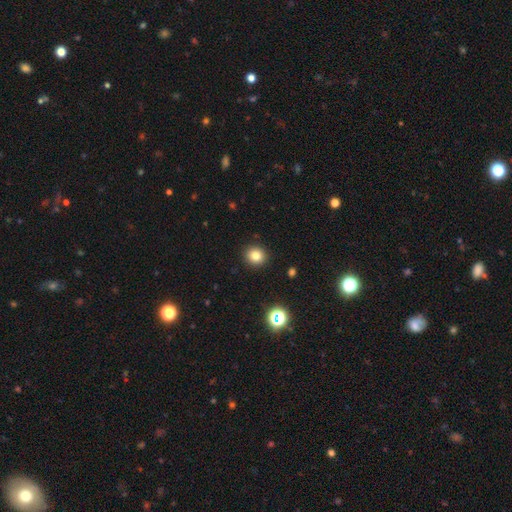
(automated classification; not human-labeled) A smooth galaxy with no disk features (80%) that is round (87%). Merging: none (92%).